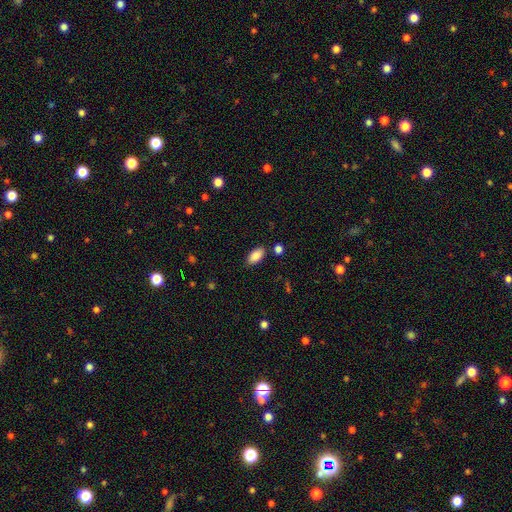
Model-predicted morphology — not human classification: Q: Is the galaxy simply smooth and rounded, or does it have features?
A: smooth — 88%.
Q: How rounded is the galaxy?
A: in between — 93%.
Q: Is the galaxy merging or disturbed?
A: none — 83%.